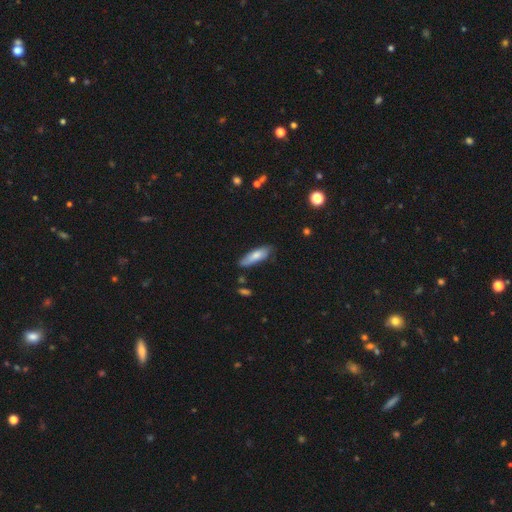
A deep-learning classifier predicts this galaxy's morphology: This appears to be a smooth galaxy with no disk features (74%) that is cigar-shaped (50%). Merging: none (73%).